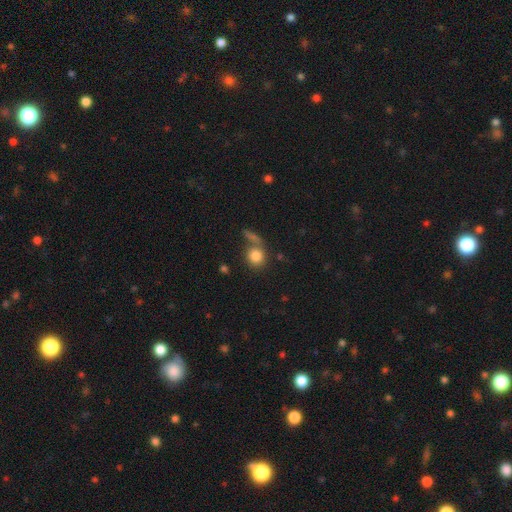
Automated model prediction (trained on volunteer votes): Smooth or featured? Predicted: smooth (p=0.83). How rounded? Predicted: round (p=0.83). Merging? Predicted: none (p=0.60).